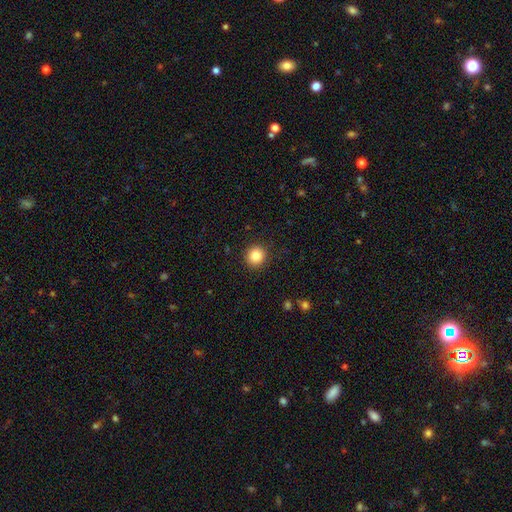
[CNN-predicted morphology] smooth 84%, star or artifact 11%, featured or disk 5%. Down the decision tree: how rounded — round (93%); merging — none (91%).